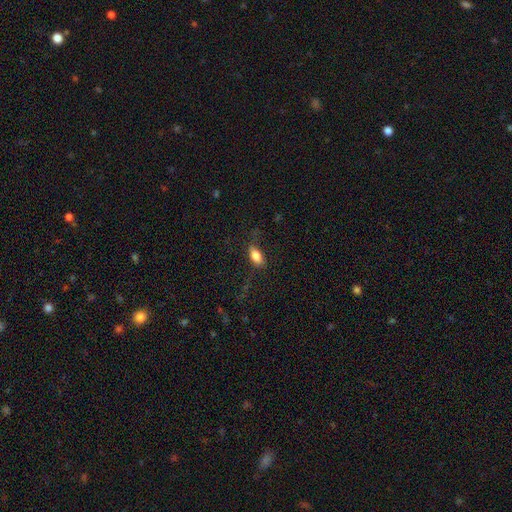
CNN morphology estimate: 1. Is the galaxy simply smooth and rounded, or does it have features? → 81% smooth, 11% featured or disk, 8% star or artifact.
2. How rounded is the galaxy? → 86% in between, 9% cigar-shaped, 5% round.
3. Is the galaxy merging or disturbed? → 75% none, 17% minor disturbance, 6% major disturbance, 1% merger.